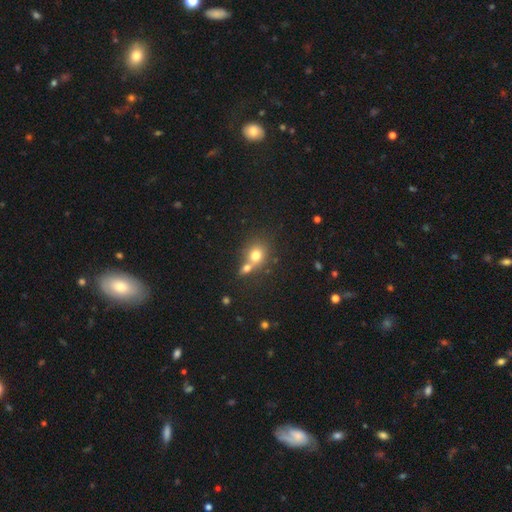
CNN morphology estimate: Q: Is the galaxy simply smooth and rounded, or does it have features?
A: smooth — 75%.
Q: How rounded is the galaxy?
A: round — 68%.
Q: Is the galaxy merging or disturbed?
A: merger — 49%.